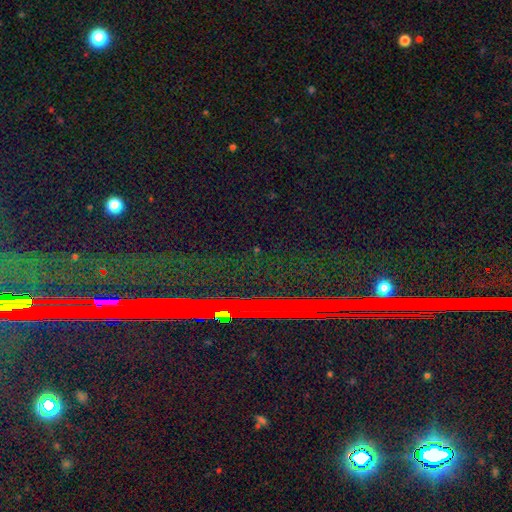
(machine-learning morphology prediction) This is clearly a star or artifact rather than a galaxy (86%).